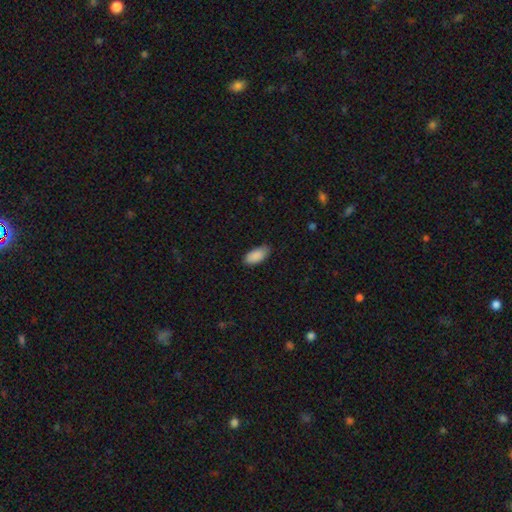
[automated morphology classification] A smooth galaxy with no disk features (90%) that is in between round and cigar-shaped (93%).

Vote fractions:
- Smooth or featured? smooth: 90% / star or artifact: 6% / featured or disk: 4%
- How rounded? in between: 93% / cigar-shaped: 5% / round: 2%
- Merging? none: 82% / minor disturbance: 15% / major disturbance: 2% / merger: 1%